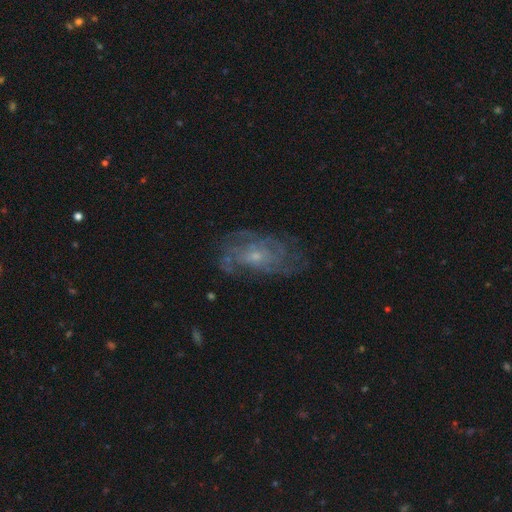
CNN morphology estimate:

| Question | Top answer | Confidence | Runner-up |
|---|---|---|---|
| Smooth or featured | featured or disk | 77% | smooth (14%) |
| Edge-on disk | no | 95% | yes (5%) |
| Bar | no | 74% | weak (23%) |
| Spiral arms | yes | 87% | no (13%) |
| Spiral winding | tight | 51% | medium (36%) |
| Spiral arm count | can't tell | 45% | 3 (15%) |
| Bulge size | small | 68% | moderate (26%) |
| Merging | none | 67% | minor disturbance (19%) |